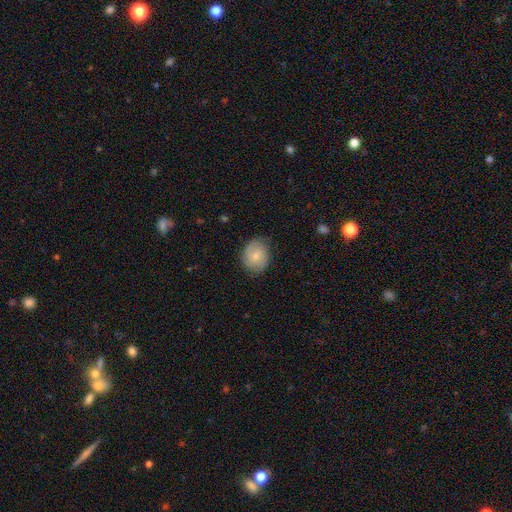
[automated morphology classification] A smooth galaxy with no disk features (60%) that is round (56%).

Vote fractions:
- Smooth or featured? smooth: 60% / featured or disk: 33% / star or artifact: 7%
- How rounded? round: 56% / in between: 43% / cigar-shaped: 1%
- Merging? none: 74% / minor disturbance: 20% / major disturbance: 4% / merger: 1%